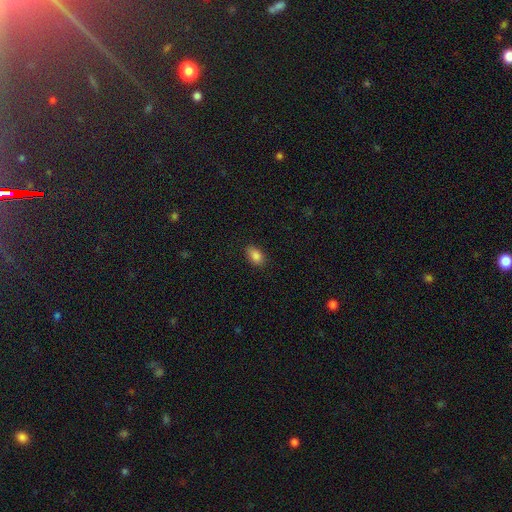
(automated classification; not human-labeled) smooth 86%, star or artifact 9%, featured or disk 5%. Down the decision tree: how rounded — in between (90%); merging — none (85%).